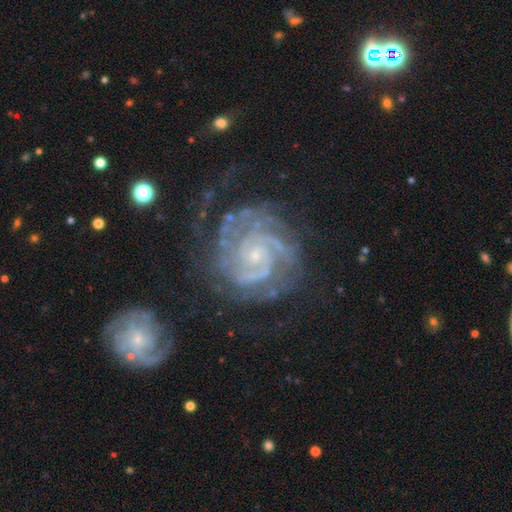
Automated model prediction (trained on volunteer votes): featured or disk 91%, star or artifact 5%, smooth 4%. Down the decision tree: edge-on disk — no (98%); bar — no (72%); spiral arms — yes (98%); spiral arm count — 2 (39%); spiral winding — tight (75%); bulge size — small (83%); merging — none (62%).